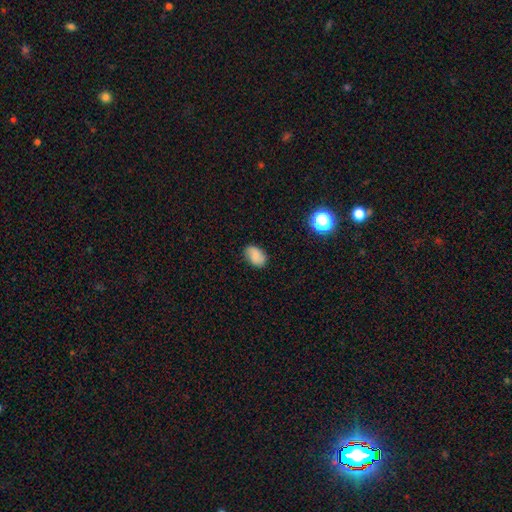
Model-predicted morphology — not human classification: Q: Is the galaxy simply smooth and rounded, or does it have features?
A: smooth — 82%.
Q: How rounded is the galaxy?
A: in between — 86%.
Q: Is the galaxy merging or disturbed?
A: none — 79%.